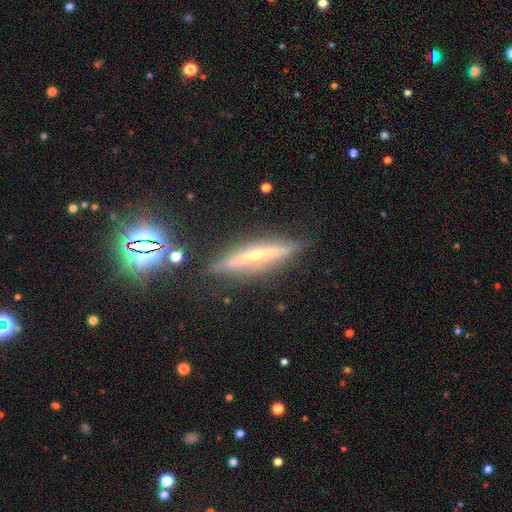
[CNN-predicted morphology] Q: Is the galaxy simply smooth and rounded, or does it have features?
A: featured or disk — 74%.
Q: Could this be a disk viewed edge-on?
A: yes — 93%.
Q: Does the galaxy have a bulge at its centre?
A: rounded — 82%.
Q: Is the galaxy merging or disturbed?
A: none — 83%.